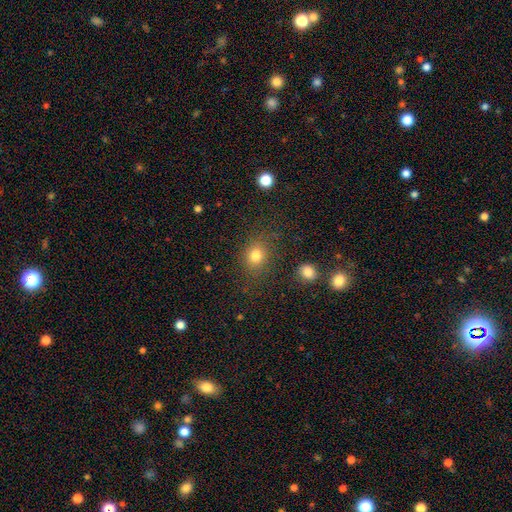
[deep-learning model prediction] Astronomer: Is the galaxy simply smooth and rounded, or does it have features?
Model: smooth — 80%.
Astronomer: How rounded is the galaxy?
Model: round — 71%.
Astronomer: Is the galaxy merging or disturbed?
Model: none — 81%.